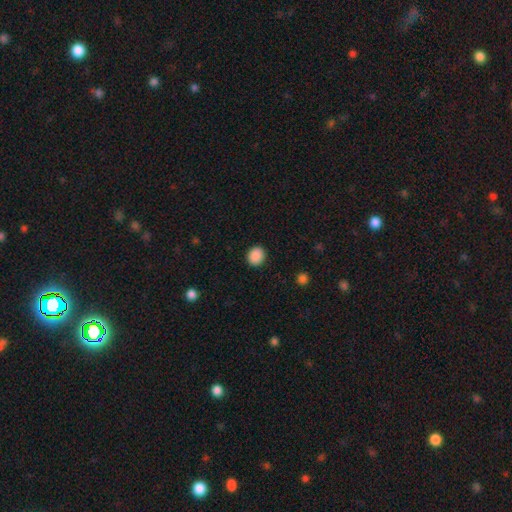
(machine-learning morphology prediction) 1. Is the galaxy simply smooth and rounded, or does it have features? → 89% smooth, 9% star or artifact, 2% featured or disk.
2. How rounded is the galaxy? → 76% round, 23% in between, 1% cigar-shaped.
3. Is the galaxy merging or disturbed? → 91% none, 6% minor disturbance, 2% major disturbance, 1% merger.